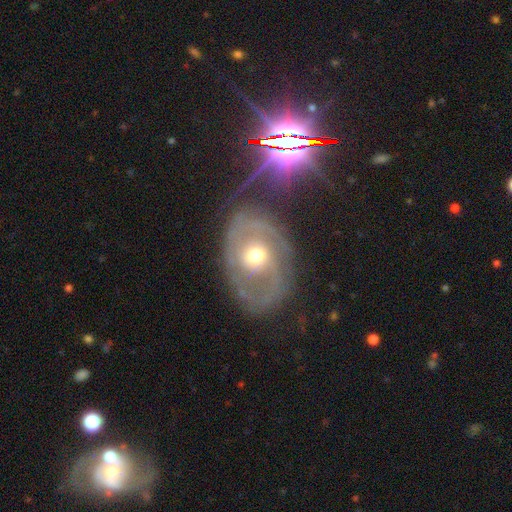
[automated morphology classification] smooth_or_featured: featured or disk (p=0.82) [alt: smooth p=0.13]
disk_edge_on: no (p=0.96) [alt: yes p=0.04]
bar: no (p=0.68) [alt: weak p=0.24]
has_spiral_arms: yes (p=0.83) [alt: no p=0.17]
spiral_winding: tight (p=0.47) [alt: medium p=0.37]
spiral_arm_count: 2 (p=0.58) [alt: can't tell p=0.21]
bulge_size: moderate (p=0.69) [alt: small p=0.22]
merging: none (p=0.62) [alt: minor disturbance p=0.18]